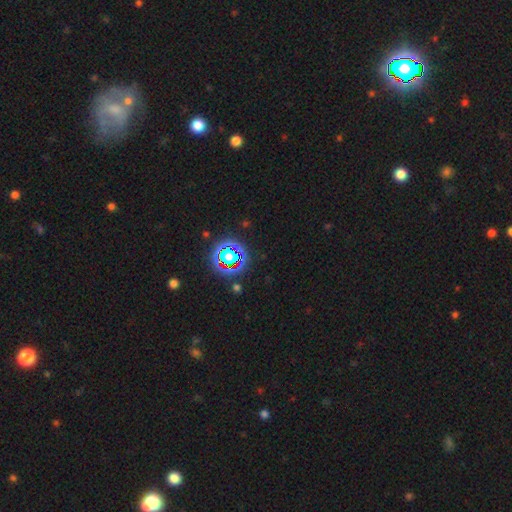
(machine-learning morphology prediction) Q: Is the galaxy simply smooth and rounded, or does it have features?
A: star or artifact — 77%.